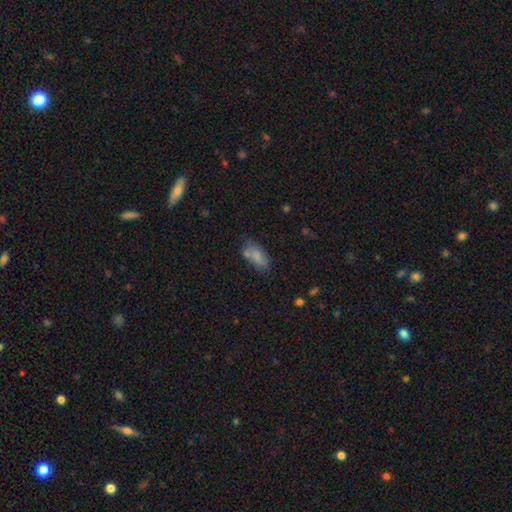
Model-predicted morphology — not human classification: Smooth or featured? smooth (76%)
How rounded? in between (86%)
Merging? none (56%)